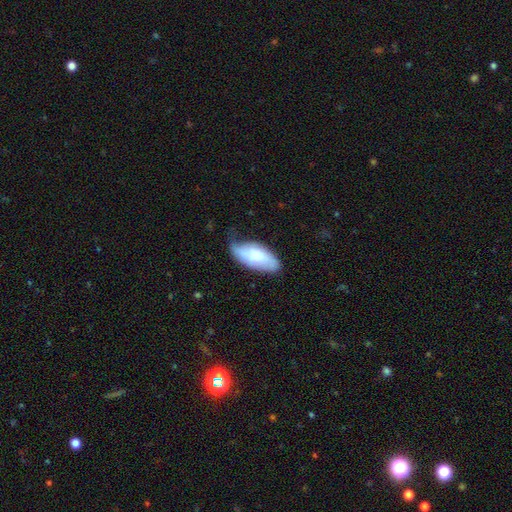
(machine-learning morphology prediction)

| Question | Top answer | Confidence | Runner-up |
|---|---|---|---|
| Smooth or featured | smooth | 65% | featured or disk (29%) |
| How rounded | in between | 91% | cigar-shaped (7%) |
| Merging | none | 42% | tied: minor disturbance (42%) |